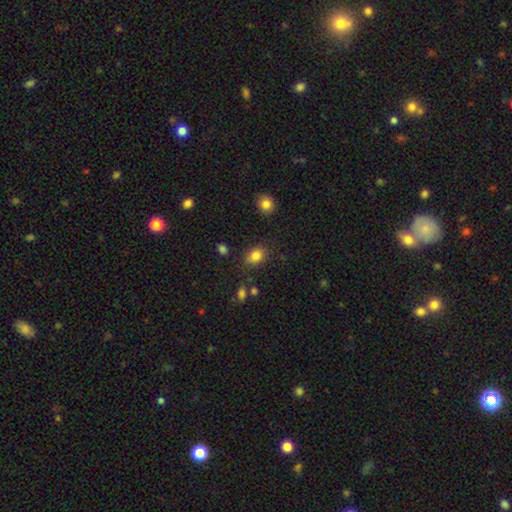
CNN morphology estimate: smooth-or-featured: smooth: 84% | star or artifact: 10% | featured or disk: 6%
  how-rounded: in between: 69% | round: 30% | cigar-shaped: 1%
  merging: none: 78% | minor disturbance: 15% | major disturbance: 4% | merger: 3%